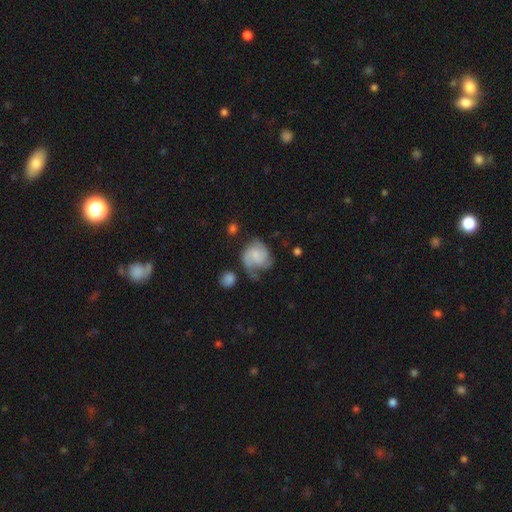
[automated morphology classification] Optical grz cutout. It shows a featured or disk galaxy (59%) with no bar (68%), 2 (39%) medium (42%) spiral arms (88%) and a small central bulge (38%). Merging: none (39%).